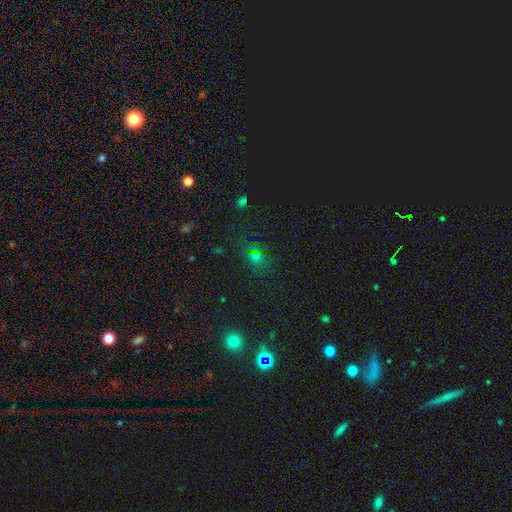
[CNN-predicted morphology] Smooth or featured? smooth (50%)
Merging? none (72%)